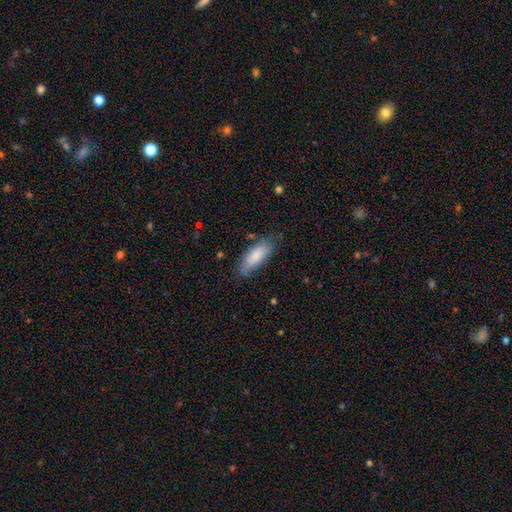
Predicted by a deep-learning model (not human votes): This is clearly a smooth galaxy (80%). How rounded: likely in between (71%). Merging: likely none (69%).